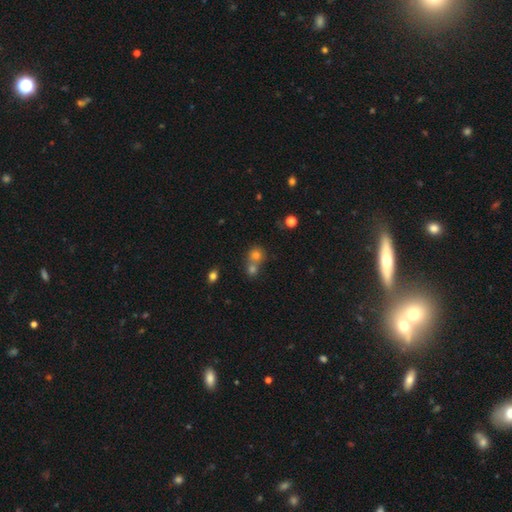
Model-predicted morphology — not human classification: Smooth or featured: smooth — 68% (star or artifact — 20%)
How rounded: round — 85% (in between — 14%)
Merging: none — 46% (merger — 44%)